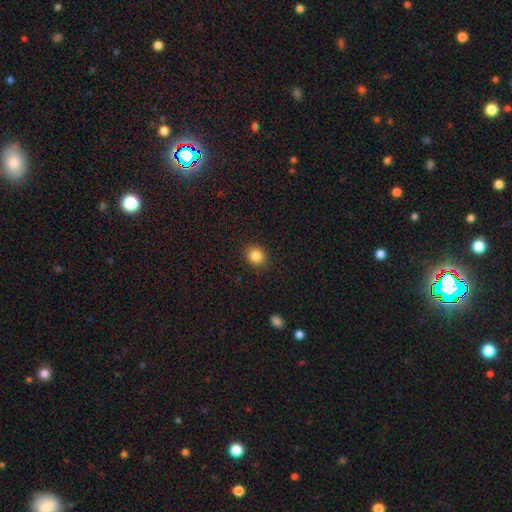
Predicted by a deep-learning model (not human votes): A smooth galaxy with no disk features (85%) that is round (77%).

Vote fractions:
- Smooth or featured? smooth: 85% / star or artifact: 10% / featured or disk: 4%
- How rounded? round: 77% / in between: 22% / cigar-shaped: 1%
- Merging? none: 90% / minor disturbance: 7% / major disturbance: 2% / merger: 1%